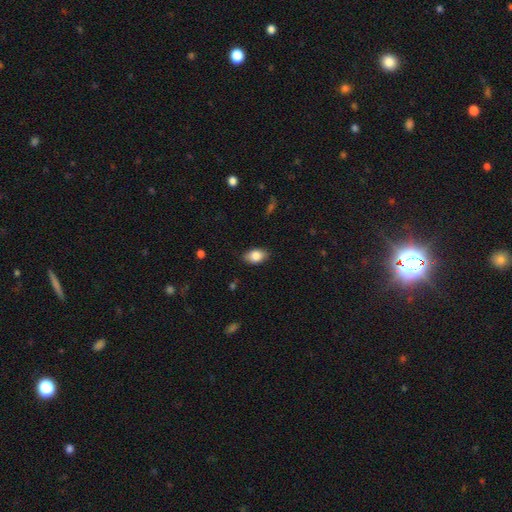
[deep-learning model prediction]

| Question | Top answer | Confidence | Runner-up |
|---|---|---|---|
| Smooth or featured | smooth | 84% | featured or disk (9%) |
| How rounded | in between | 88% | round (10%) |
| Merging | none | 82% | minor disturbance (14%) |